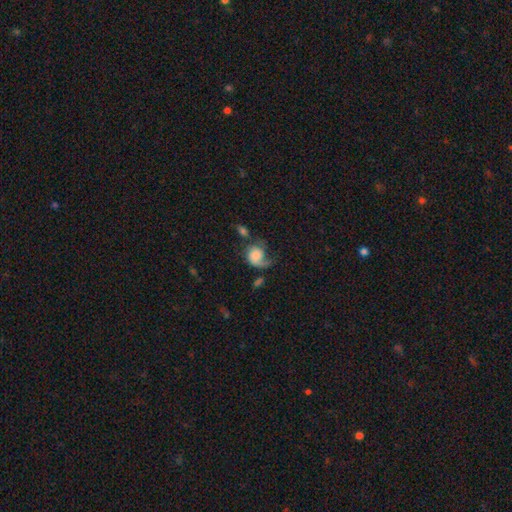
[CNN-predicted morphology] The model was most divided on "smooth or featured": featured or disk: 51%, smooth: 40%, star or artifact: 9%. Remaining: edge-on disk — no (98%); merging — major disturbance (41%).